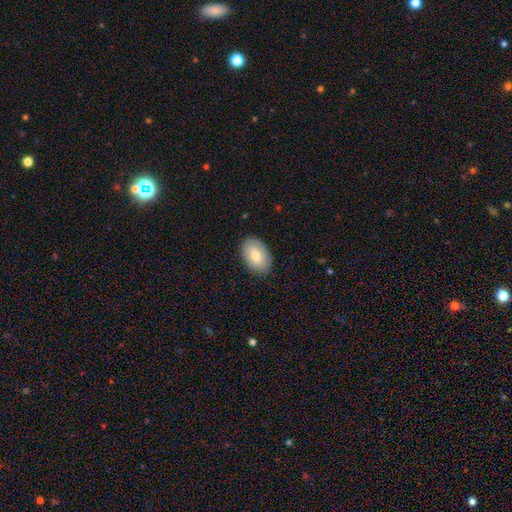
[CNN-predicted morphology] This is likely a smooth galaxy (73%). How rounded: clearly in between (91%). Merging: clearly none (86%).